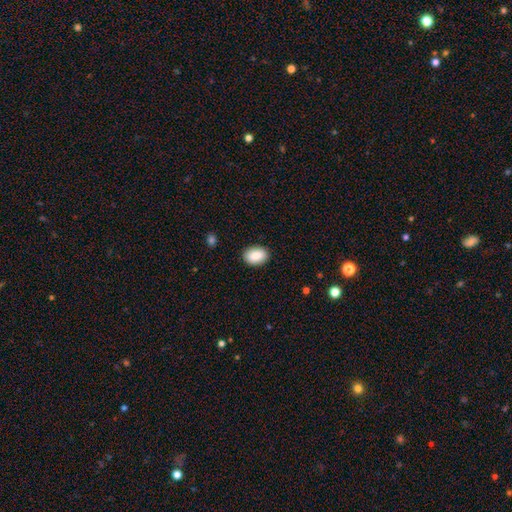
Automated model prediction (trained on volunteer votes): Overall: smooth (89%). How rounded: in between (80%). Merging: none (89%).